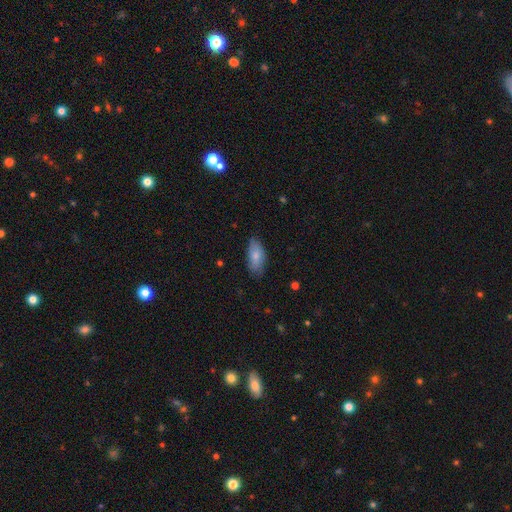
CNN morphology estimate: A smooth galaxy with no disk features (80%) that is in between round and cigar-shaped (89%). Merging: none (73%).